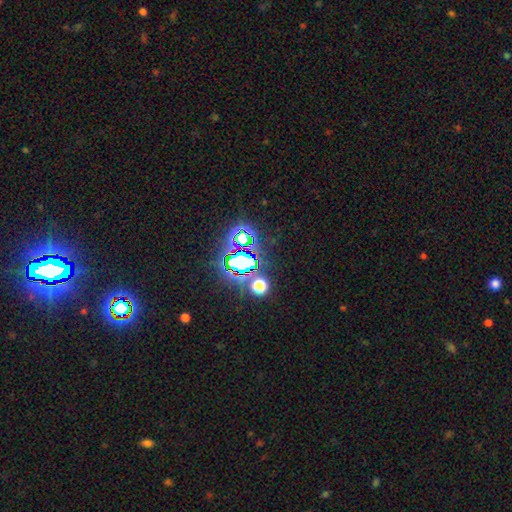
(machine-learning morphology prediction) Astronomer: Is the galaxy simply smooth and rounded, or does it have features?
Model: star or artifact — 82%.